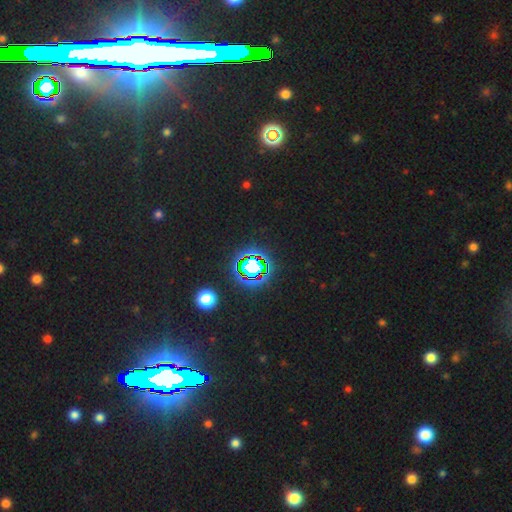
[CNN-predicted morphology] Smooth or featured: star or artifact — 78% (smooth — 14%)